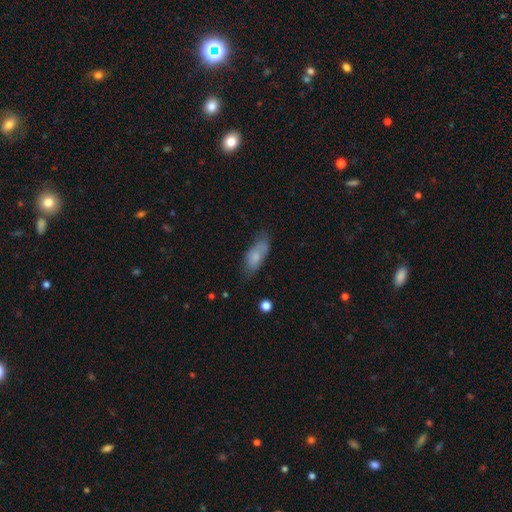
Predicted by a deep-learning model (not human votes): smooth 73%, featured or disk 20%, star or artifact 7%. Down the decision tree: how rounded — in between (74%); merging — none (59%).